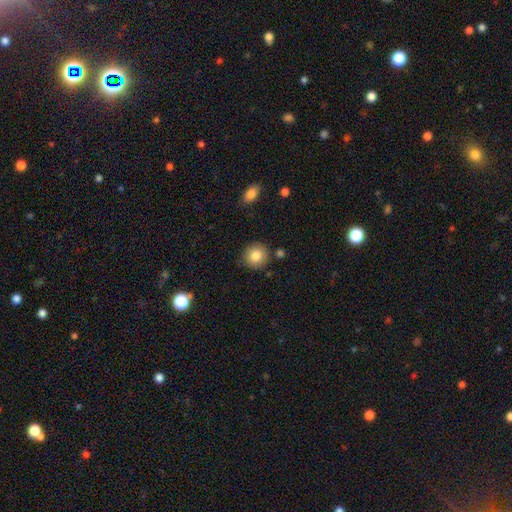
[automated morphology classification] Smooth or featured? smooth (84%)
How rounded? round (89%)
Merging? none (86%)